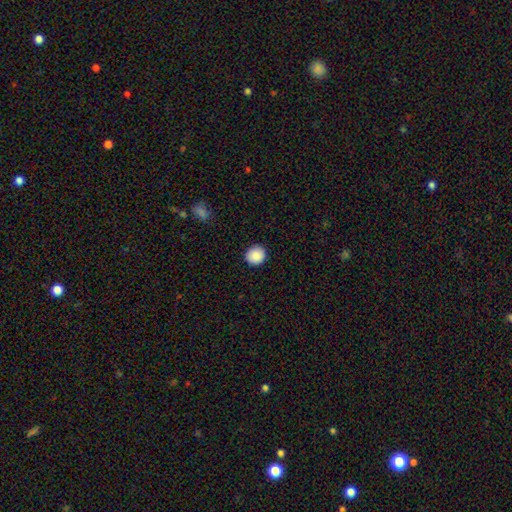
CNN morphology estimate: type=smooth (89%); roundness=round (92%); merging=none (92%).